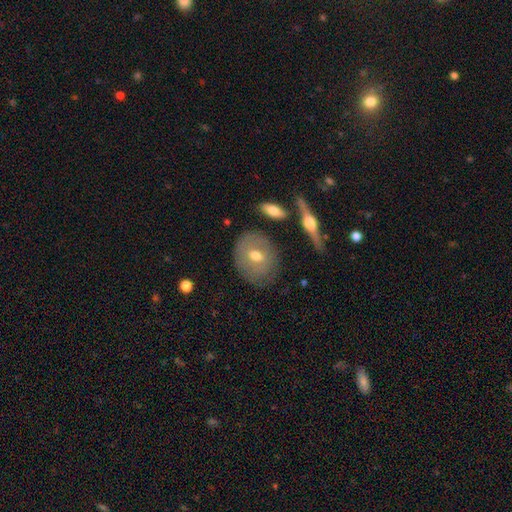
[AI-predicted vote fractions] Smooth or featured?
  - smooth: 49% *
  - featured or disk: 42%
  - star or artifact: 8%
Merging?
  - none: 77% *
  - minor disturbance: 15%
  - major disturbance: 4%
  - merger: 4%